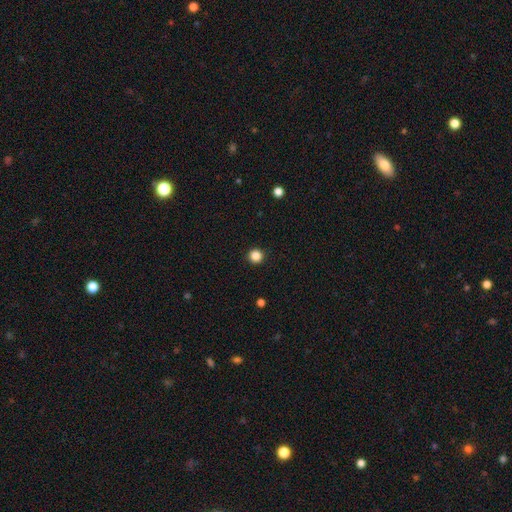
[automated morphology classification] A smooth galaxy with no disk features (85%) that is round (95%). Merging: none (93%).